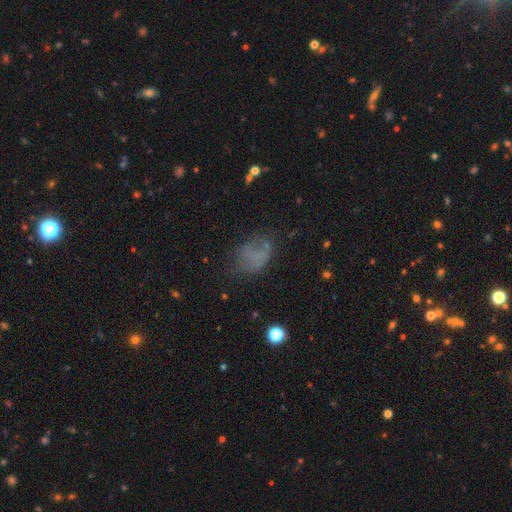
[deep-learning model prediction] smooth_or_featured: smooth (p=0.54) [alt: featured or disk p=0.25]
how_rounded: in between (p=0.75) [alt: round p=0.23]
merging: none (p=0.48) [alt: minor disturbance p=0.25]